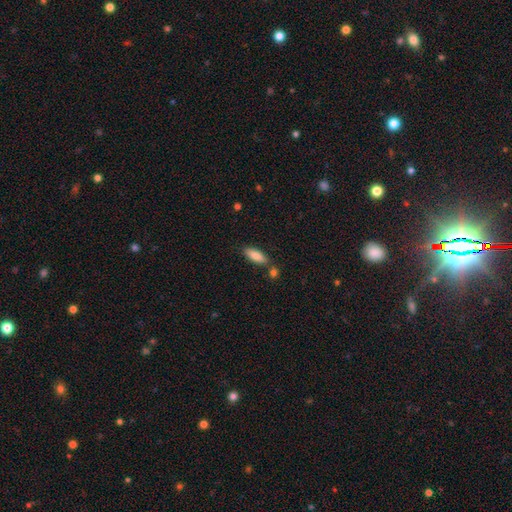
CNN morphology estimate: The model was most divided on "how rounded": in between: 68%, cigar-shaped: 30%, round: 2%. More confident: smooth or featured — smooth (85%); merging — none (76%).